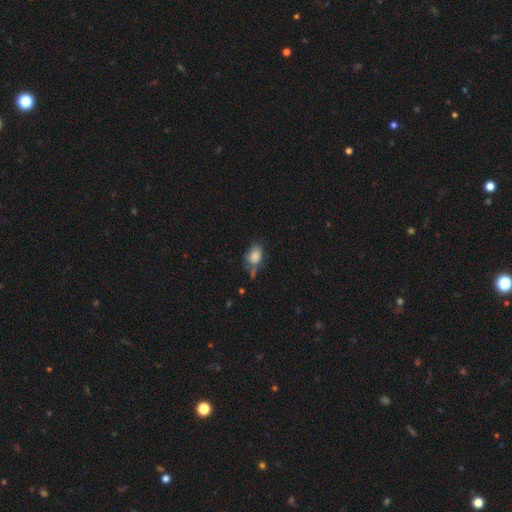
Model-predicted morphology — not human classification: This appears to be a smooth galaxy with no disk features (80%) that is in between round and cigar-shaped (80%). Merging: none (42%).